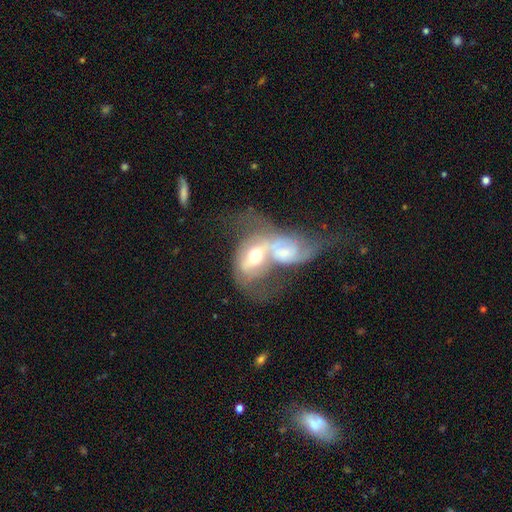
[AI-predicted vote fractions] Smooth or featured? featured or disk (68%)
Edge-on disk? no (93%)
Bar? no (39%)
Spiral arms? yes (73%)
Bulge size? moderate (64%)
Merging? merger (77%)